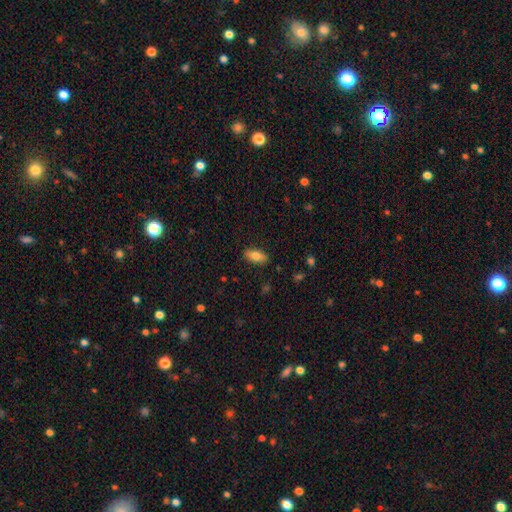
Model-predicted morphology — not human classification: type=smooth (78%); roundness=in between (82%); merging=none (87%).